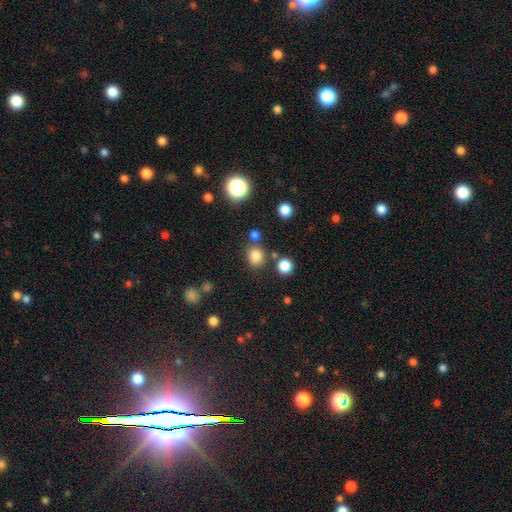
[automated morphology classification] Smooth or featured? Predicted: smooth (p=0.80). How rounded? Predicted: round (p=0.72). Merging? Predicted: none (p=0.75).